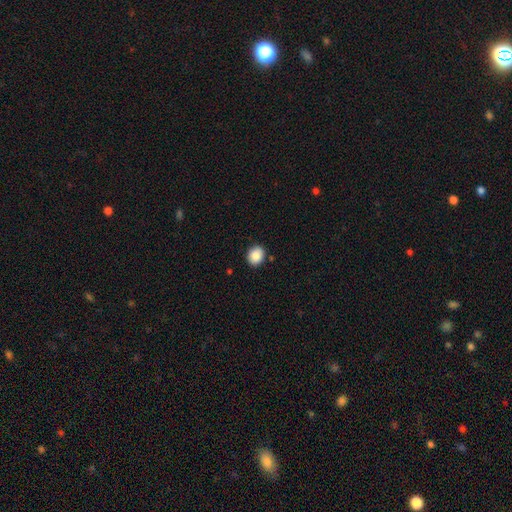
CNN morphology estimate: Smooth or featured? smooth (87%)
How rounded? round (67%)
Merging? none (88%)